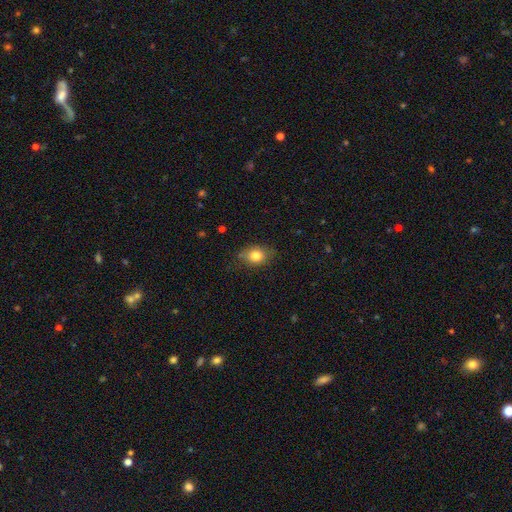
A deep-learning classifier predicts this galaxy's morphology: The model was most divided on "how rounded": in between: 54%, round: 44%, cigar-shaped: 1%. More confident: smooth or featured — smooth (80%); merging — none (72%).